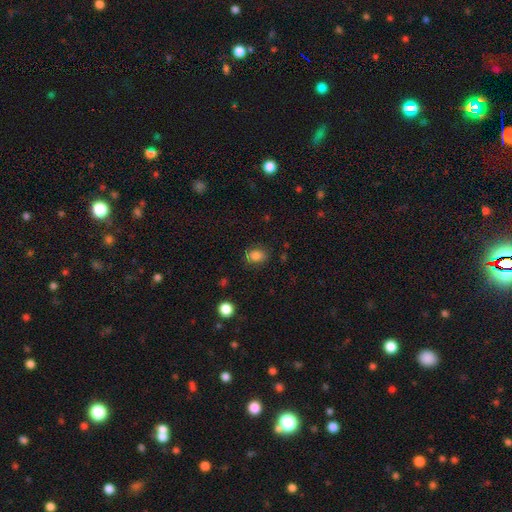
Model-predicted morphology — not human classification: Q: Smooth or featured?
A: smooth (82%); runner-up: star or artifact (11%)
Q: How rounded?
A: in between (63%); runner-up: round (35%)
Q: Merging?
A: none (80%); runner-up: minor disturbance (14%)